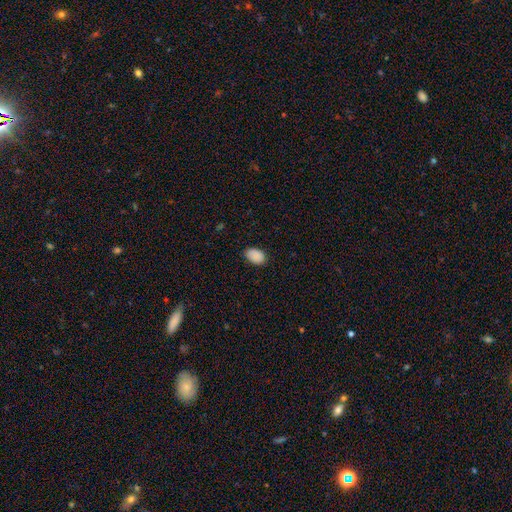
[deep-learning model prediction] Smooth or featured: smooth — 90% (star or artifact — 8%)
How rounded: in between — 88% (round — 10%)
Merging: none — 84% (minor disturbance — 13%)